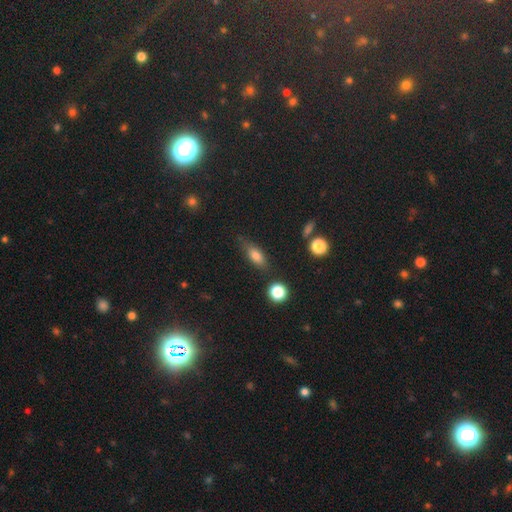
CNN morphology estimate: type=smooth (74%); roundness=in between (69%); merging=none (69%).